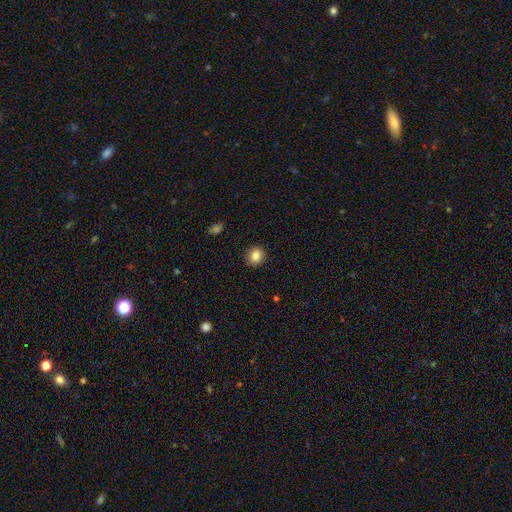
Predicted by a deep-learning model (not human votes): The model was most divided on "how rounded": round: 82%, in between: 17%, cigar-shaped: 1%. More confident: merging — none (91%); smooth or featured — smooth (85%).